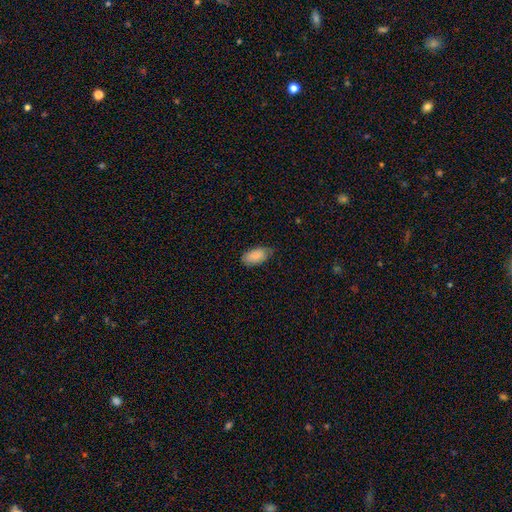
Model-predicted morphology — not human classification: A smooth galaxy with no disk features (87%) that is in between round and cigar-shaped (94%). Merging: none (67%).